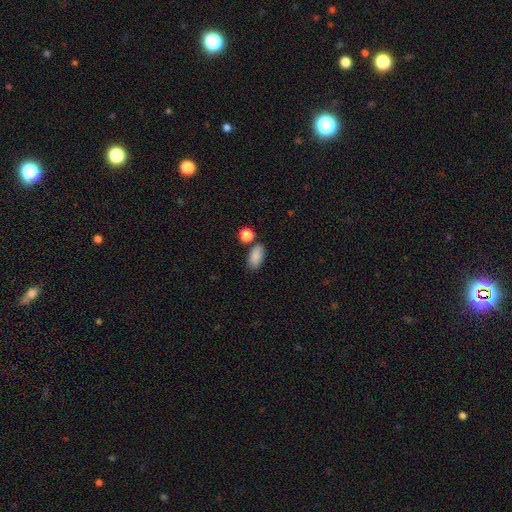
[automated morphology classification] smooth_or_featured: smooth (p=0.87) [alt: star or artifact p=0.08]
how_rounded: in between (p=0.92) [alt: round p=0.05]
merging: none (p=0.75) [alt: minor disturbance p=0.13]